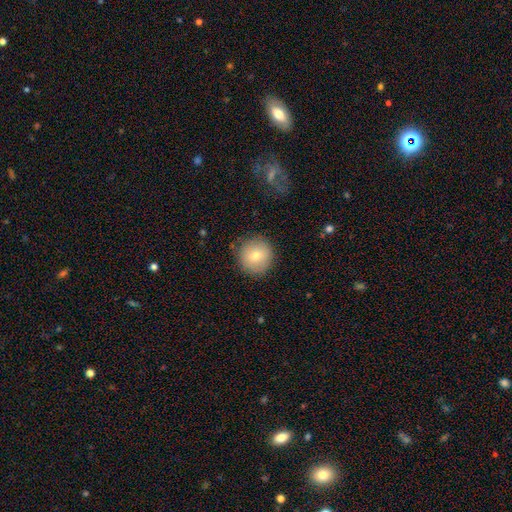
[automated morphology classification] smooth_or_featured: smooth (p=0.76) [alt: featured or disk p=0.15]
how_rounded: round (p=0.94) [alt: in between p=0.05]
merging: none (p=0.87) [alt: minor disturbance p=0.09]